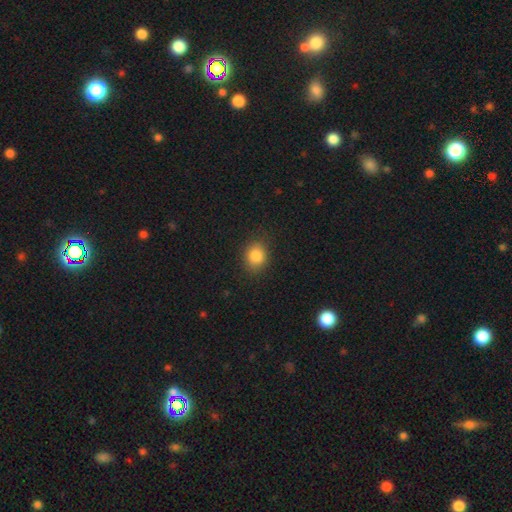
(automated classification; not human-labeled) Q: Smooth or featured?
A: smooth (84%); runner-up: star or artifact (10%)
Q: How rounded?
A: round (61%); runner-up: in between (38%)
Q: Merging?
A: none (85%); runner-up: minor disturbance (11%)